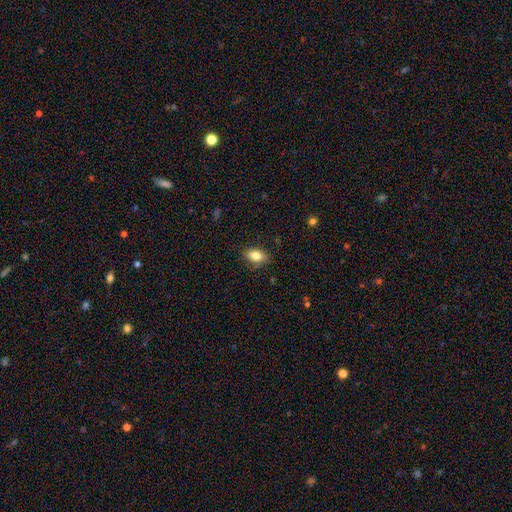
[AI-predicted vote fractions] Smooth or featured? Predicted: smooth (p=0.82). How rounded? Predicted: in between (p=0.84). Merging? Predicted: none (p=0.84).